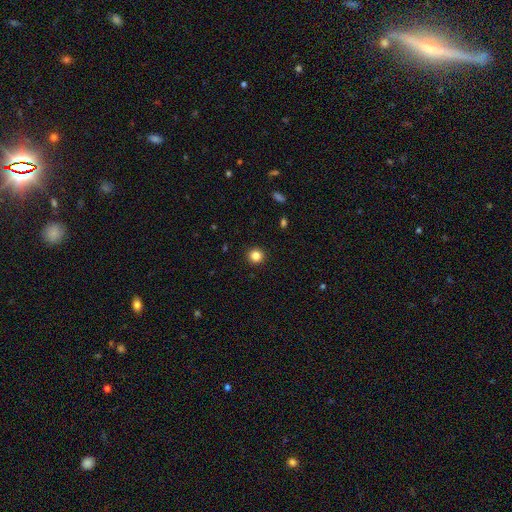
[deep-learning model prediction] Overall: smooth (84%). How rounded: round (95%). Merging: none (93%).